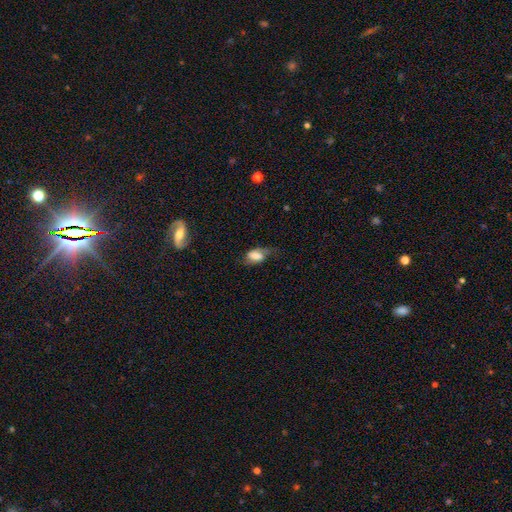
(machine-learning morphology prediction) A smooth galaxy with no disk features (53%) that is in between round and cigar-shaped (88%). Merging: none (49%).